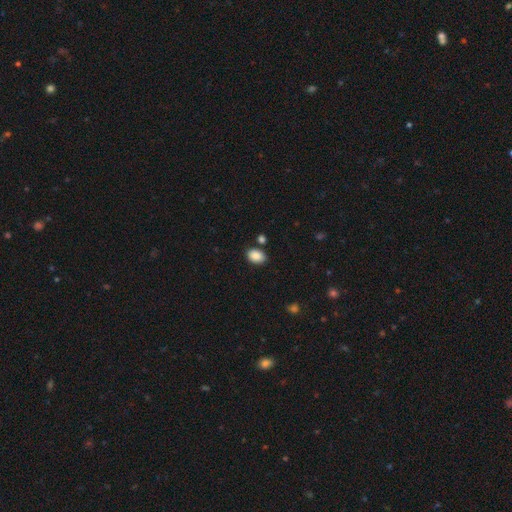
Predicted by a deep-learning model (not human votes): Smooth or featured?
  - smooth: 88% *
  - star or artifact: 8%
  - featured or disk: 4%
How rounded?
  - in between: 80% *
  - round: 19%
  - cigar-shaped: 1%
Merging?
  - none: 80% *
  - minor disturbance: 11%
  - merger: 6%
  - major disturbance: 3%